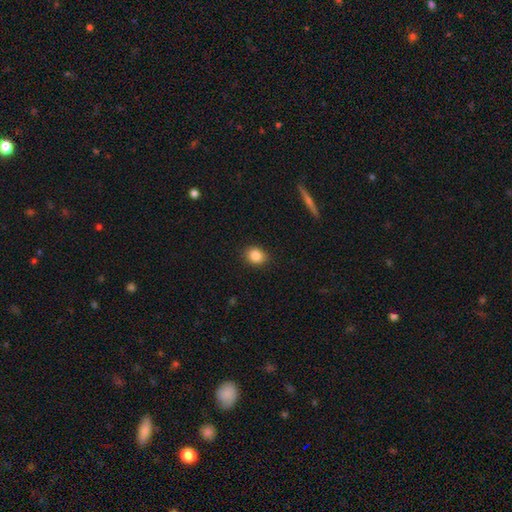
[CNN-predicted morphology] Smooth or featured? Predicted: smooth (p=0.86). How rounded? Predicted: round (p=0.52). Merging? Predicted: none (p=0.87).